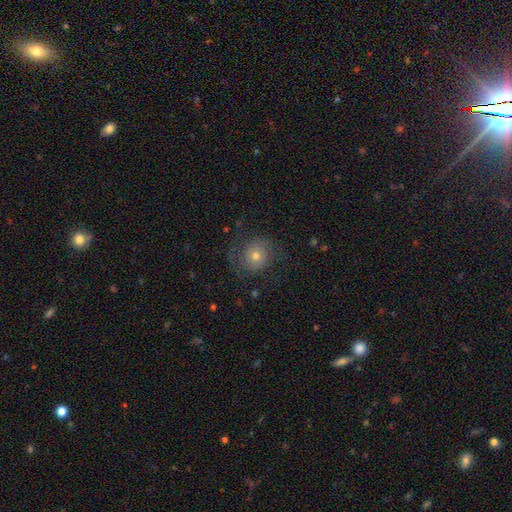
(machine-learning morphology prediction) This appears to be a featured or disk galaxy (51%). Merging: none (69%).